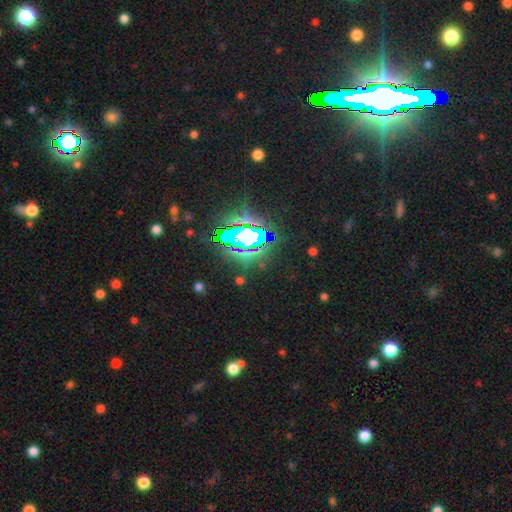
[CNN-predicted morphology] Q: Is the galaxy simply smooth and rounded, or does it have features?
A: star or artifact — 82%.